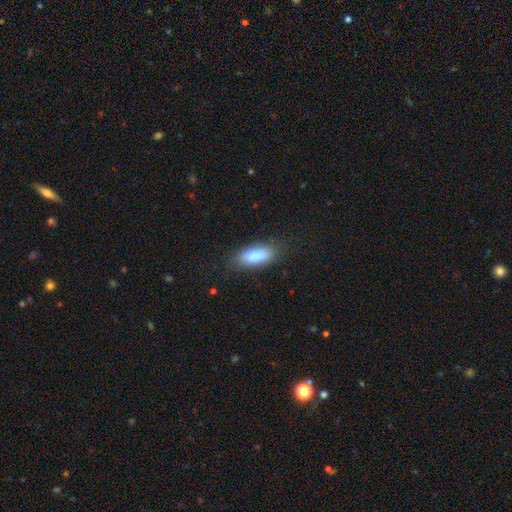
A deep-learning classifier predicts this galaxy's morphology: Q: Smooth or featured?
A: smooth (80%); runner-up: featured or disk (13%)
Q: How rounded?
A: in between (74%); runner-up: cigar-shaped (23%)
Q: Merging?
A: none (72%); runner-up: minor disturbance (17%)